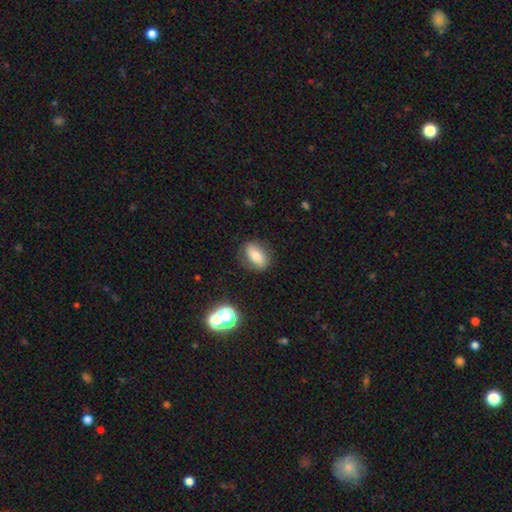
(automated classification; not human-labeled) Overall: smooth (73%). How rounded: in between (82%). Merging: none (82%).